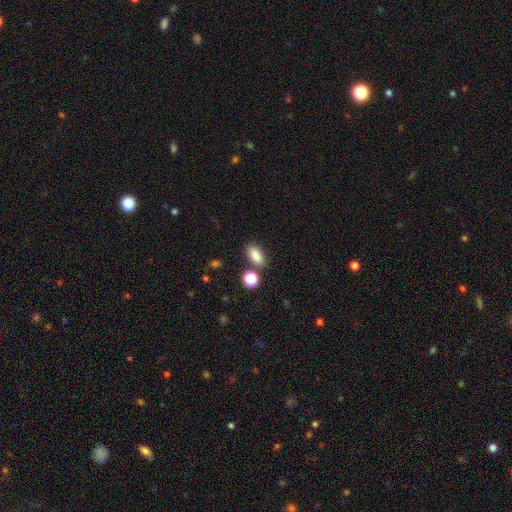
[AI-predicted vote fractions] A smooth galaxy with no disk features (85%) that is in between round and cigar-shaped (84%). Merging: none (74%).